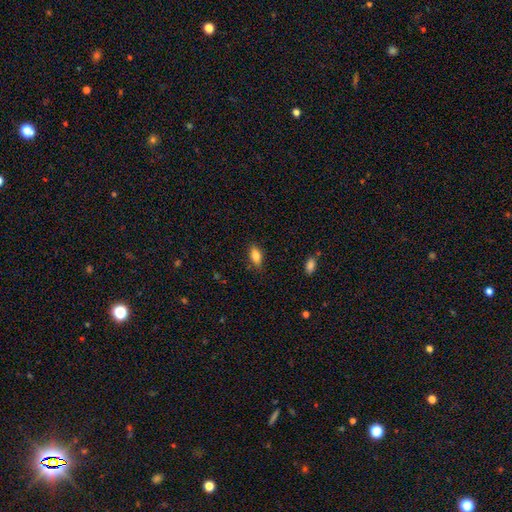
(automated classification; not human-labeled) smooth-or-featured: smooth: 83% | featured or disk: 9% | star or artifact: 8%
  how-rounded: in between: 87% | cigar-shaped: 9% | round: 4%
  merging: none: 82% | minor disturbance: 14% | major disturbance: 3% | merger: 1%